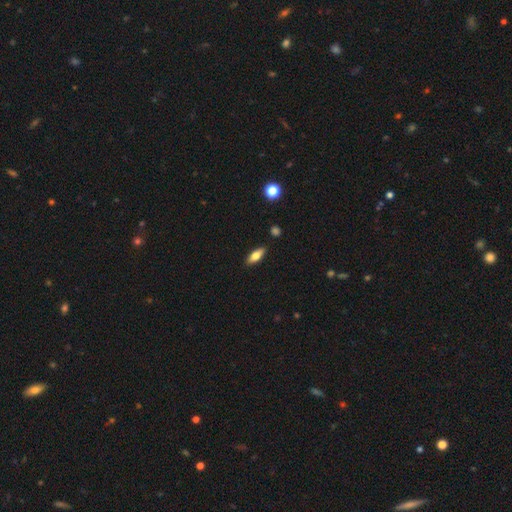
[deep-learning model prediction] Smooth or featured: smooth — 66% (featured or disk — 27%)
How rounded: in between — 67% (cigar-shaped — 30%)
Merging: none — 87% (minor disturbance — 9%)